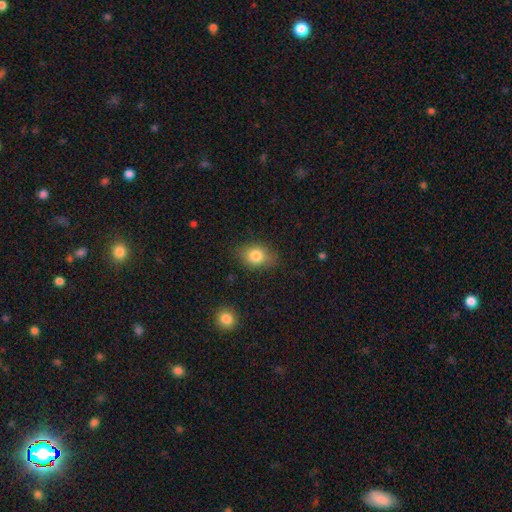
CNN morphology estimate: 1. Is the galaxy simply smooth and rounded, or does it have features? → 81% smooth, 10% featured or disk, 9% star or artifact.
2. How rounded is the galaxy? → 65% in between, 33% round, 2% cigar-shaped.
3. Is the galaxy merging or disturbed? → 76% none, 18% minor disturbance, 4% major disturbance, 2% merger.